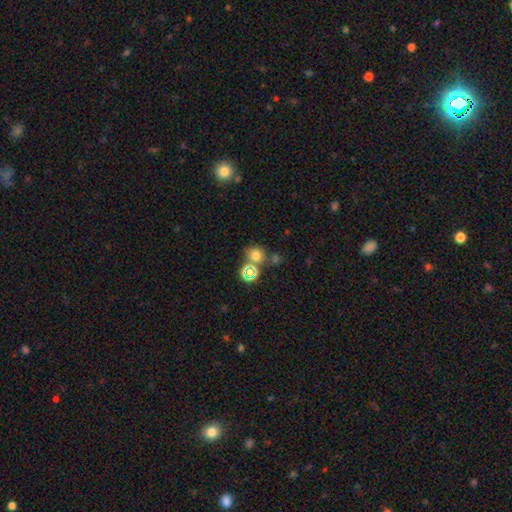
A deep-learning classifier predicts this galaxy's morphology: Smooth or featured: smooth — 66% (star or artifact — 25%)
How rounded: round — 82% (in between — 17%)
Merging: none — 63% (merger — 22%)